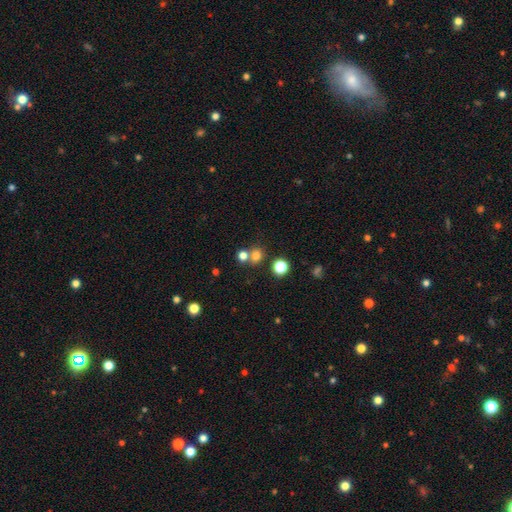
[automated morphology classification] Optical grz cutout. It shows a smooth galaxy with no disk features (74%) that is round (82%). Merging: none (56%).